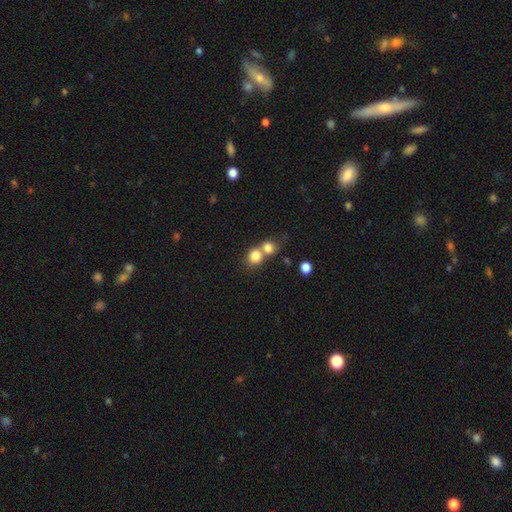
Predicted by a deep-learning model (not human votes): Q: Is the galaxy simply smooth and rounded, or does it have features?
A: smooth — 80%.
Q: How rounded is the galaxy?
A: round — 75%.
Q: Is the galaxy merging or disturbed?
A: merger — 60%.